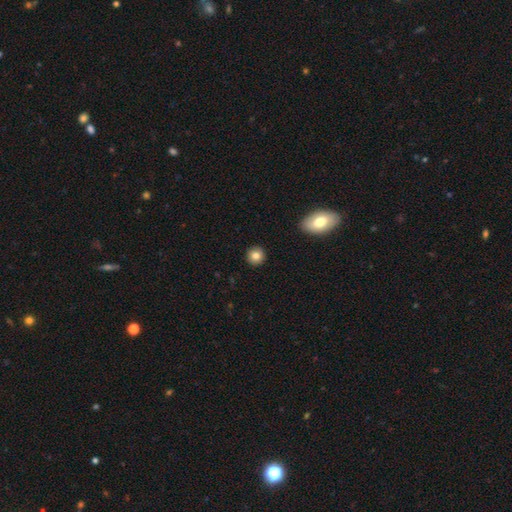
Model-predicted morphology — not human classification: A smooth galaxy with no disk features (83%) that is round (92%).

Vote fractions:
- Smooth or featured? smooth: 83% / star or artifact: 10% / featured or disk: 8%
- How rounded? round: 92% / in between: 7% / cigar-shaped: 1%
- Merging? none: 91% / minor disturbance: 6% / major disturbance: 2% / merger: 1%